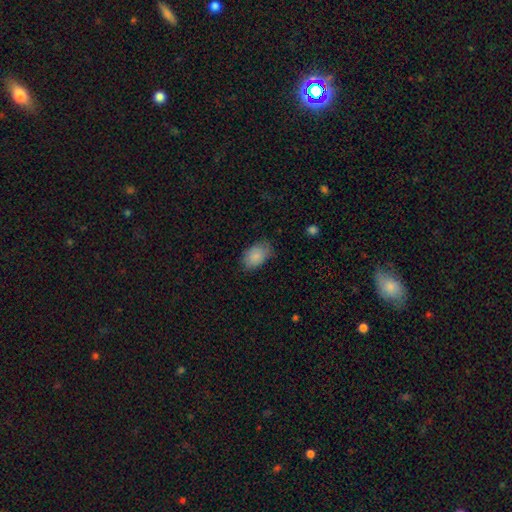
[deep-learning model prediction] This appears to be a smooth galaxy with no disk features (87%) that is in between round and cigar-shaped (89%). Merging: none (73%).